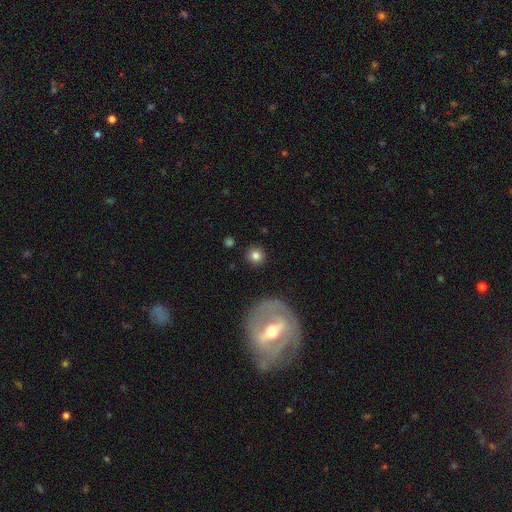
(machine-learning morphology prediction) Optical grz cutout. It shows a smooth galaxy with no disk features (80%) that is round (92%). Merging: none (89%).